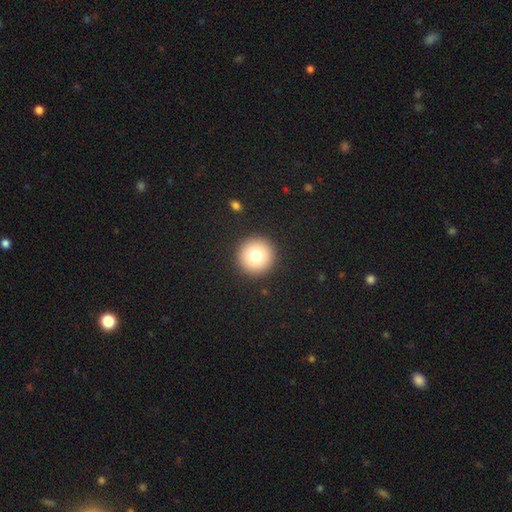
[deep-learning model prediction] This is likely a smooth galaxy (77%). How rounded: clearly round (96%). Merging: clearly none (93%).